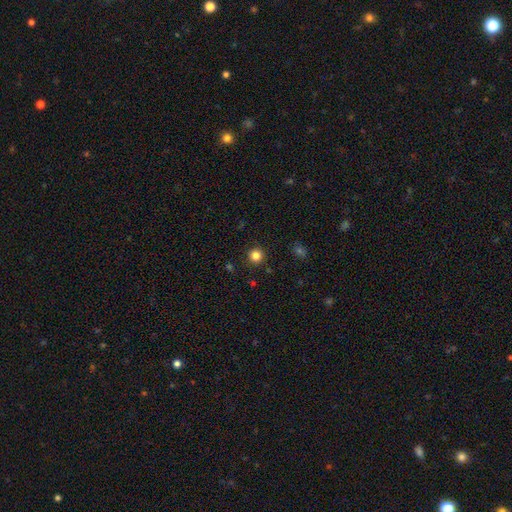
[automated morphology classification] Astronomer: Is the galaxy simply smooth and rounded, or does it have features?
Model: smooth — 84%.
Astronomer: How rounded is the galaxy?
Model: round — 95%.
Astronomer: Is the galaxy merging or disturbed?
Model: none — 92%.